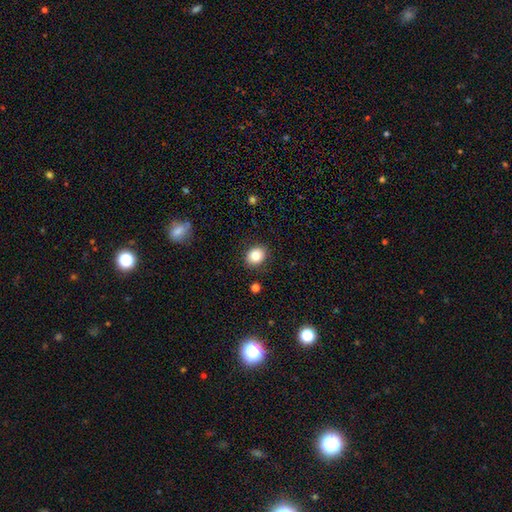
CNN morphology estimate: Q: Smooth or featured?
A: smooth (84%); runner-up: star or artifact (10%)
Q: How rounded?
A: round (61%); runner-up: in between (38%)
Q: Merging?
A: none (88%); runner-up: minor disturbance (8%)